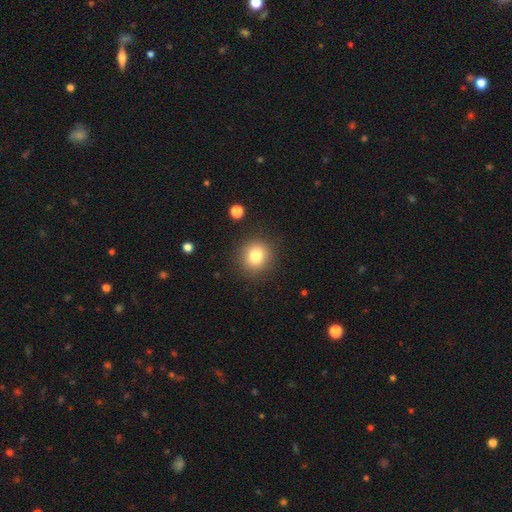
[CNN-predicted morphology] smooth 80%, star or artifact 12%, featured or disk 8%. Down the decision tree: how rounded — round (89%); merging — none (88%).